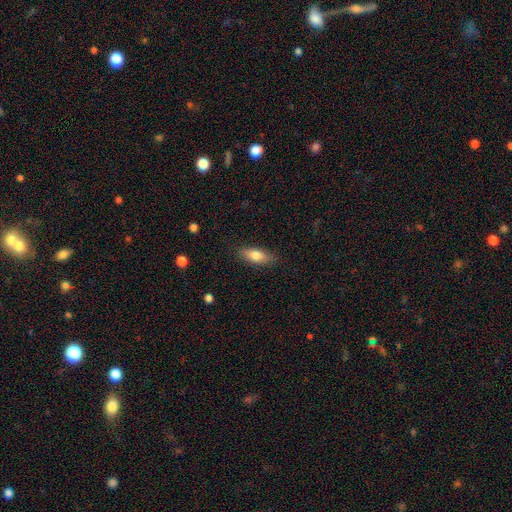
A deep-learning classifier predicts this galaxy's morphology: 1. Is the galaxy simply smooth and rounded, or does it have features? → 78% smooth, 16% featured or disk, 7% star or artifact.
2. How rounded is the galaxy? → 74% in between, 22% cigar-shaped, 3% round.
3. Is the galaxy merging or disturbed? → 85% none, 12% minor disturbance, 3% major disturbance, 1% merger.